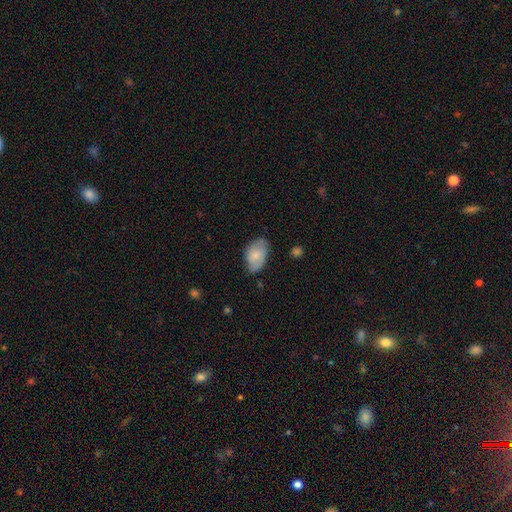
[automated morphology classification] Overall: smooth (67%). How rounded: in between (90%). Merging: none (60%; minor disturbance 31%).